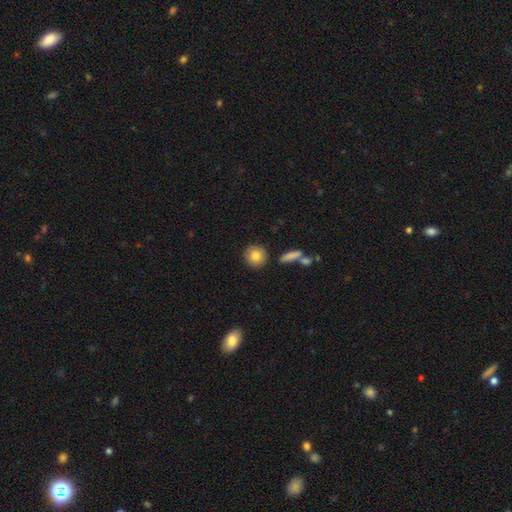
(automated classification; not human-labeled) This is clearly a smooth galaxy (83%). How rounded: clearly round (90%). Merging: clearly none (86%).